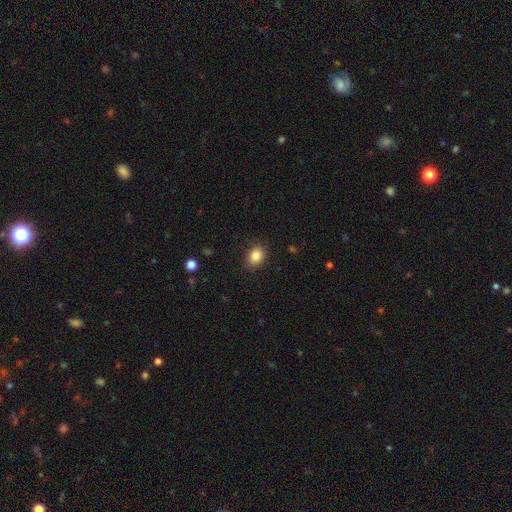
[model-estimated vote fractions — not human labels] smooth 85%, star or artifact 9%, featured or disk 6%. Down the decision tree: how rounded — in between (65%); merging — none (87%).